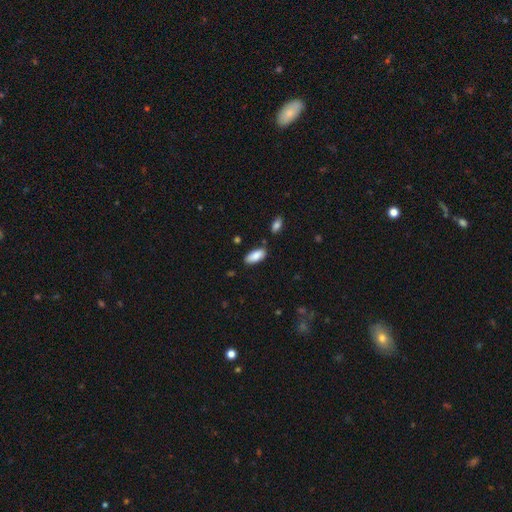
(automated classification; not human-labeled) This is clearly a smooth galaxy (88%). How rounded: clearly in between (88%). Merging: clearly none (82%).